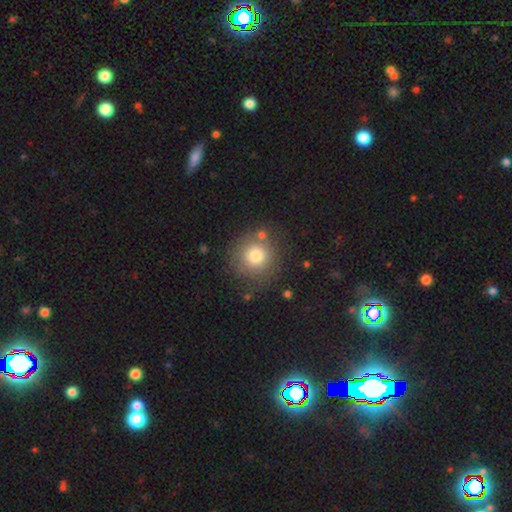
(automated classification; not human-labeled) A smooth galaxy with no disk features (78%) that is round (93%).

Vote fractions:
- Smooth or featured? smooth: 78% / featured or disk: 11% / star or artifact: 11%
- How rounded? round: 93% / in between: 6% / cigar-shaped: 1%
- Merging? none: 77% / minor disturbance: 11% / merger: 6% / major disturbance: 5%